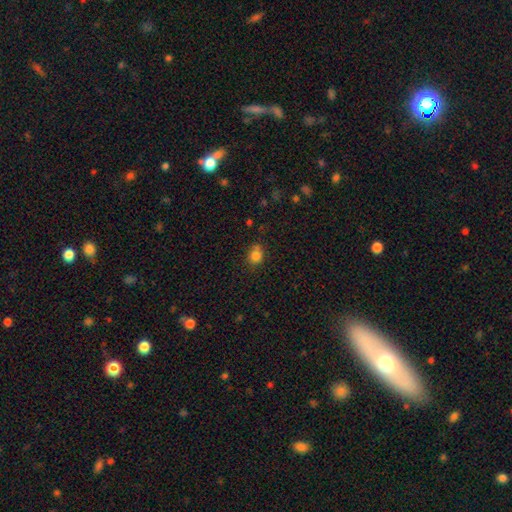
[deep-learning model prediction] Q: Smooth or featured?
A: smooth (82%); runner-up: star or artifact (12%)
Q: How rounded?
A: round (62%); runner-up: in between (37%)
Q: Merging?
A: none (66%); runner-up: minor disturbance (23%)